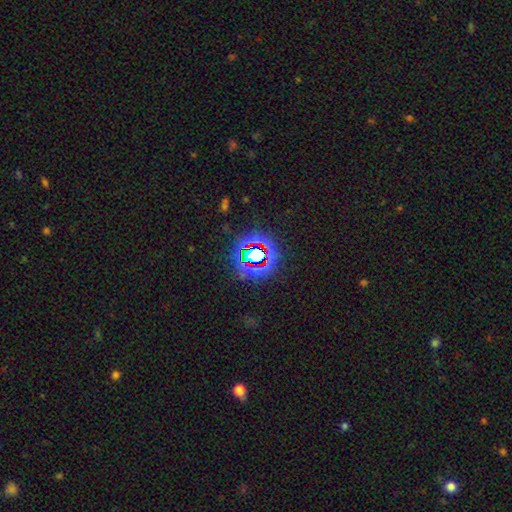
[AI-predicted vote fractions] This is likely a star or artifact rather than a galaxy (74%).